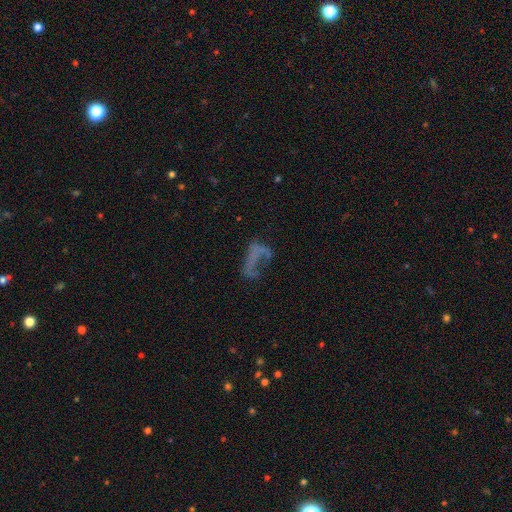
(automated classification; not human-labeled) Smooth or featured? Predicted: featured or disk (p=0.44). Merging? Predicted: major disturbance (p=0.47).